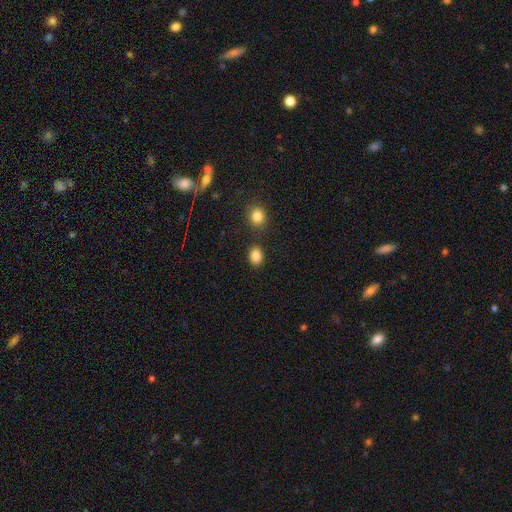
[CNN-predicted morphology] Overall: smooth (86%). How rounded: in between (62%; round 37%). Merging: none (81%).